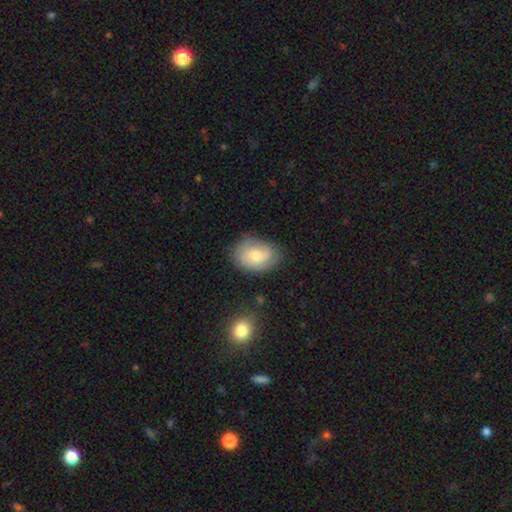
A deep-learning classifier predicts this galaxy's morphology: This is likely a smooth galaxy (62%). How rounded: clearly in between (81%). Merging: likely none (71%).